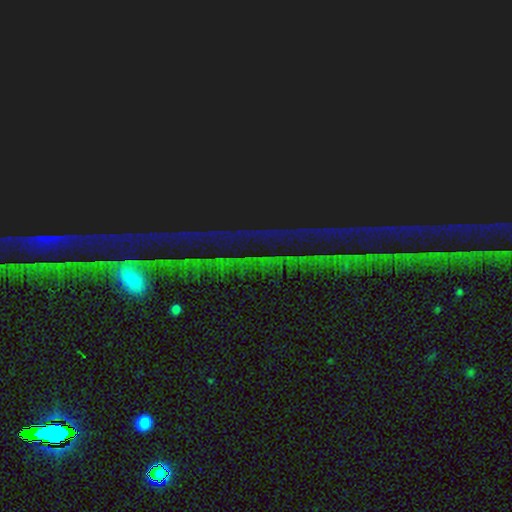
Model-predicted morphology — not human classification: type=star or artifact (85%).